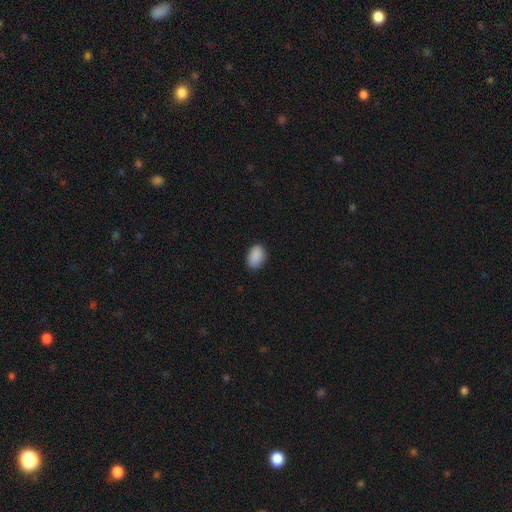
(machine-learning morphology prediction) smooth 90%, star or artifact 7%, featured or disk 3%. Down the decision tree: how rounded — in between (86%); merging — none (85%).